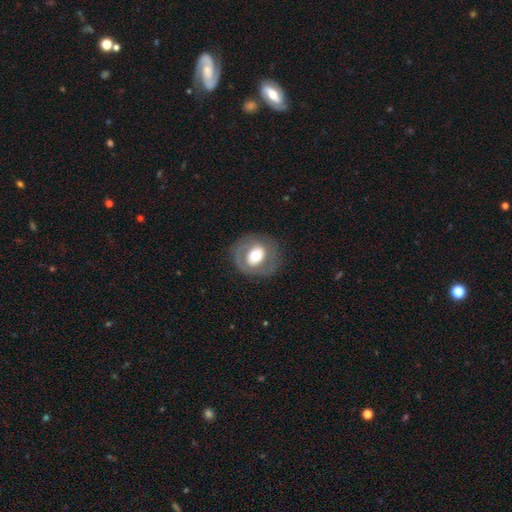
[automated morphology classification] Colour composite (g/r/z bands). It shows a featured or disk galaxy (48%). Merging: none (77%).